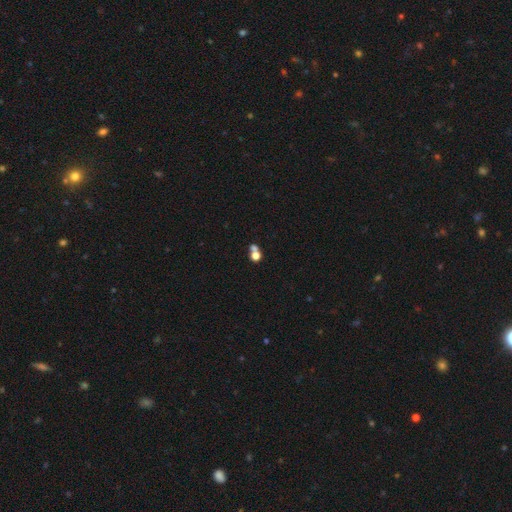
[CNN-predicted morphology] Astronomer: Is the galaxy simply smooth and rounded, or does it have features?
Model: smooth — 68%.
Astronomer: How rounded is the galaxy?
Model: round — 78%.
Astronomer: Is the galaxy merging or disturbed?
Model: merger — 49% (runner-up: none, 40%).